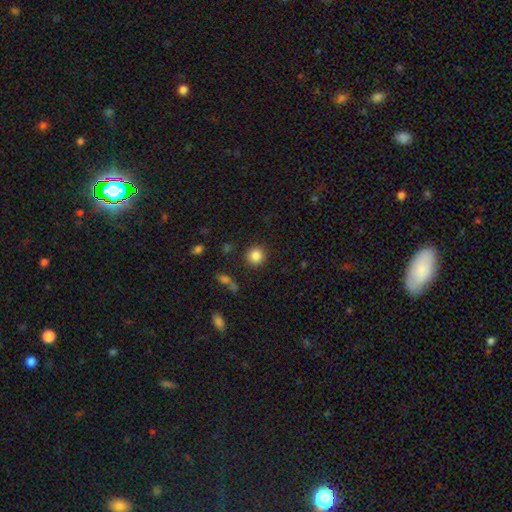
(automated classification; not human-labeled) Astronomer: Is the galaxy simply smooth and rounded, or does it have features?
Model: smooth — 85%.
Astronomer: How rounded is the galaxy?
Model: round — 91%.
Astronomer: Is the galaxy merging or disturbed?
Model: none — 89%.